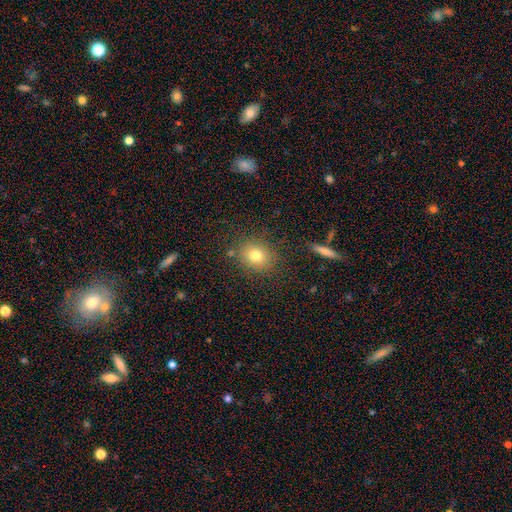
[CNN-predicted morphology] This appears to be a smooth galaxy with no disk features (77%) that is round (64%). Merging: none (83%).